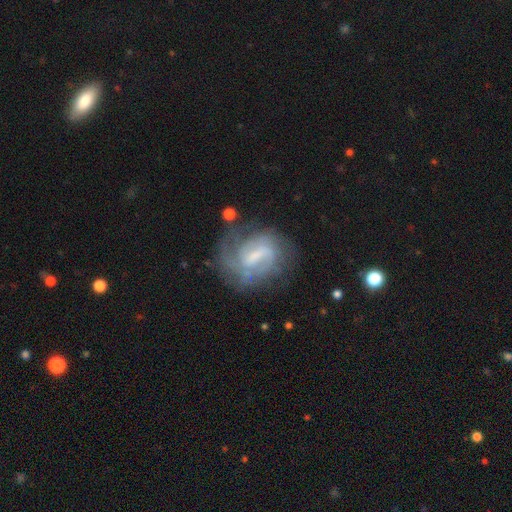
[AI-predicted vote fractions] A featured or disk galaxy (77%) with a weak bar (50%), 2 (41%) tight (42%) spiral arms (87%) and a small central bulge (40%).

Vote fractions:
- Smooth or featured? featured or disk: 77% / smooth: 15% / star or artifact: 8%
- Edge-on disk? no: 97% / yes: 3%
- Bar? weak: 50% / strong: 36% / no: 14%
- Spiral arms? yes: 87% / no: 13%
- Spiral winding? tight: 42% / medium: 40% / loose: 19%
- Spiral arm count? 2: 41% / can't tell: 31% / 3: 12% / 1: 9% / 4: 4% / more than 4: 3%
- Bulge size? small: 40% / moderate: 27% / none: 27% / large: 5% / dominant: 1%
- Merging? none: 59% / minor disturbance: 21% / major disturbance: 17% / merger: 3%